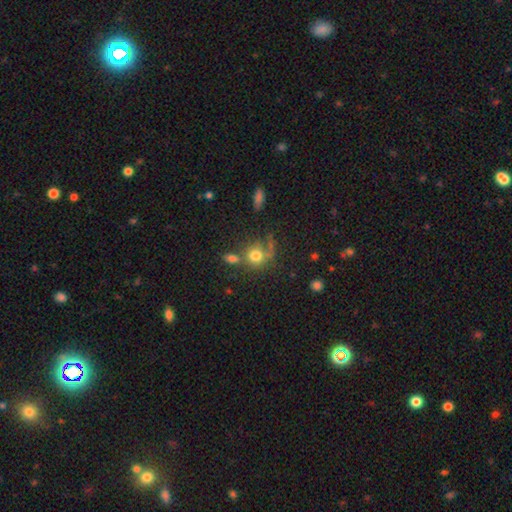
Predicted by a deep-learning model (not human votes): Smooth or featured?
  - smooth: 75% *
  - featured or disk: 14%
  - star or artifact: 12%
How rounded?
  - round: 81% *
  - in between: 18%
  - cigar-shaped: 1%
Merging?
  - none: 47% *
  - merger: 26%
  - minor disturbance: 15%
  - major disturbance: 12%